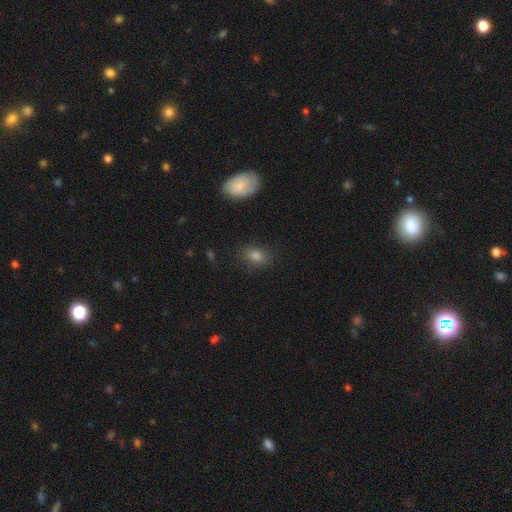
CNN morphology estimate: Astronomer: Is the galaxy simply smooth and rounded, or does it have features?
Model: smooth — 82%.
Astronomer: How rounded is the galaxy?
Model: in between — 76%.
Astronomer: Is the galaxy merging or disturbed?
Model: none — 83%.